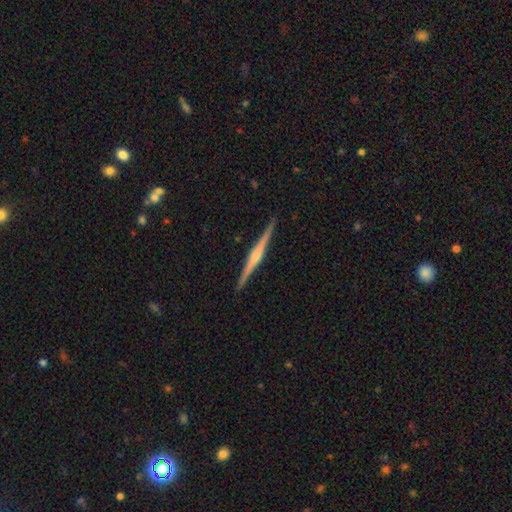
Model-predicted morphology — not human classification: Smooth or featured? Predicted: featured or disk (p=0.80). Edge-on disk? Predicted: yes (p=0.99). Edge-on bulge? Predicted: rounded (p=0.69). Merging? Predicted: none (p=0.92).